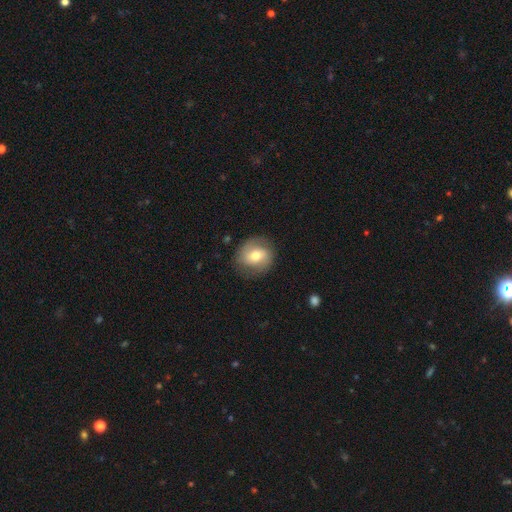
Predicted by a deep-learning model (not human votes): smooth-or-featured: smooth: 56% | featured or disk: 37% | star or artifact: 8%
  how-rounded: round: 75% | in between: 23% | cigar-shaped: 1%
  merging: none: 81% | minor disturbance: 14% | major disturbance: 5% | merger: 1%